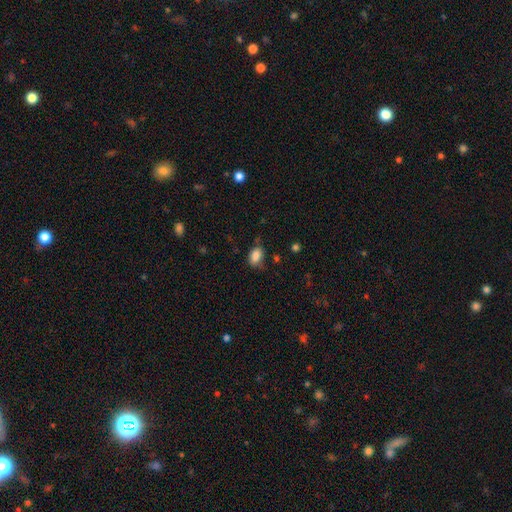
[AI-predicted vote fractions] Smooth or featured? Predicted: smooth (p=0.86). How rounded? Predicted: in between (p=0.85). Merging? Predicted: none (p=0.67).